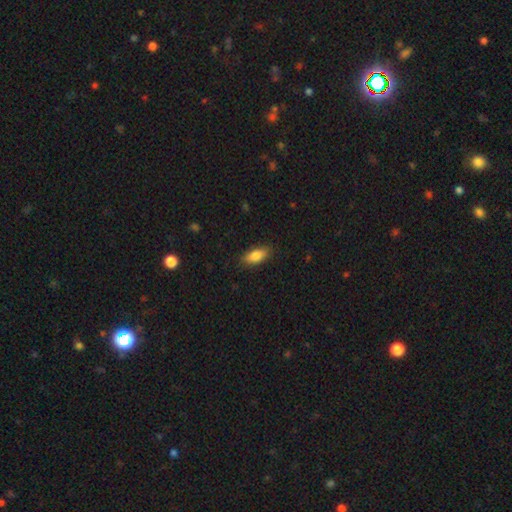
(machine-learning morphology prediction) Smooth or featured: smooth — 83% (featured or disk — 10%)
How rounded: in between — 84% (cigar-shaped — 14%)
Merging: none — 86% (minor disturbance — 11%)